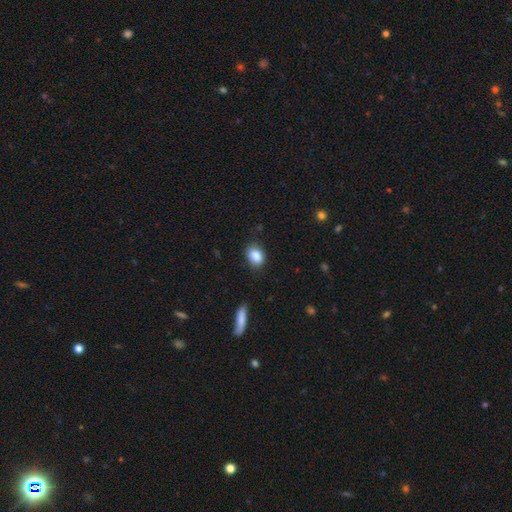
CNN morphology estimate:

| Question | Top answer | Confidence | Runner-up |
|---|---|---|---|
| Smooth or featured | smooth | 86% | star or artifact (8%) |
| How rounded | in between | 73% | round (26%) |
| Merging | none | 82% | minor disturbance (14%) |